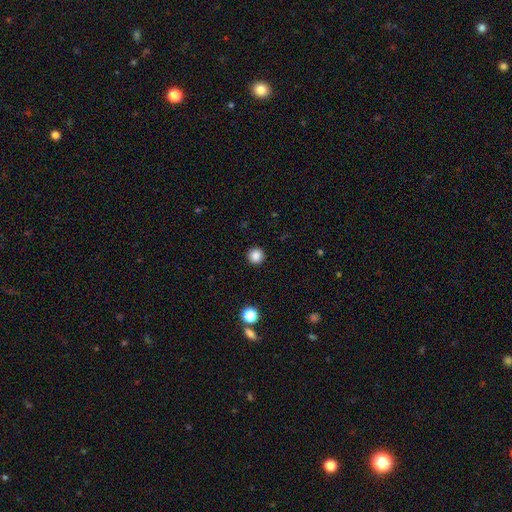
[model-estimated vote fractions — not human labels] This appears to be a smooth galaxy with no disk features (86%) that is round (95%). Merging: none (93%).